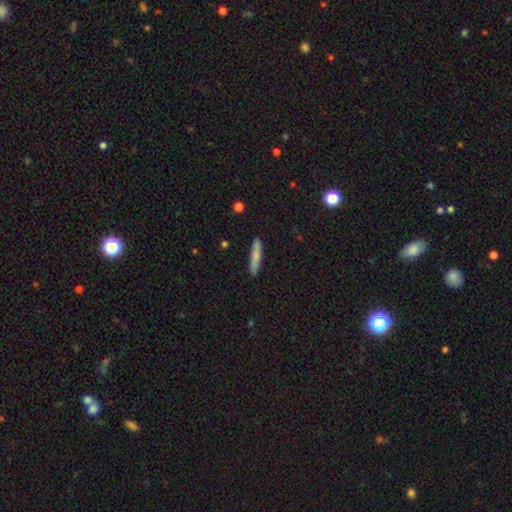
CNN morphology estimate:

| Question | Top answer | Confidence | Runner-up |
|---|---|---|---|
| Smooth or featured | smooth | 78% | featured or disk (16%) |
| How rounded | cigar-shaped | 90% | in between (8%) |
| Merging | none | 87% | minor disturbance (9%) |